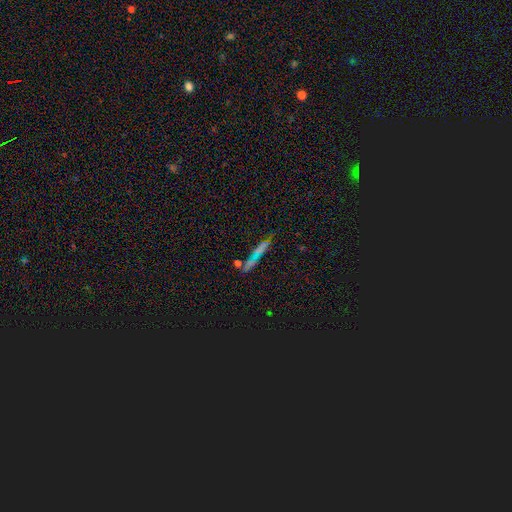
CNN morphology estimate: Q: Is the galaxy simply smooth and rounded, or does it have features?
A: smooth — 44%.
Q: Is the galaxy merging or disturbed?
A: none — 70%.